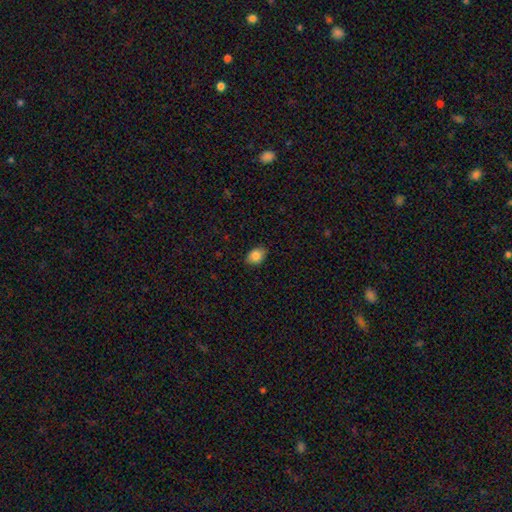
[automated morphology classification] type=smooth (85%); roundness=in between (76%); merging=none (85%).